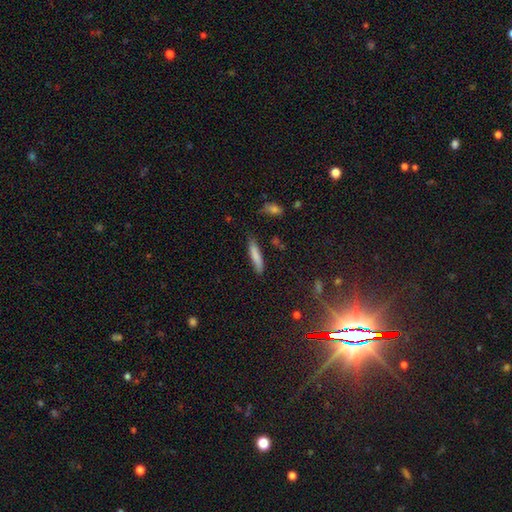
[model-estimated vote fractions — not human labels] Morphology: type=smooth (80%); roundness=cigar-shaped (86%); merging=none (80%).